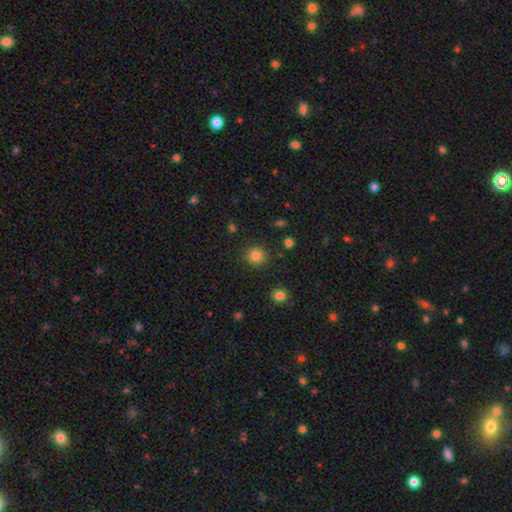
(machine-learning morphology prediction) This appears to be a smooth galaxy with no disk features (84%) that is round (91%). Merging: none (88%).